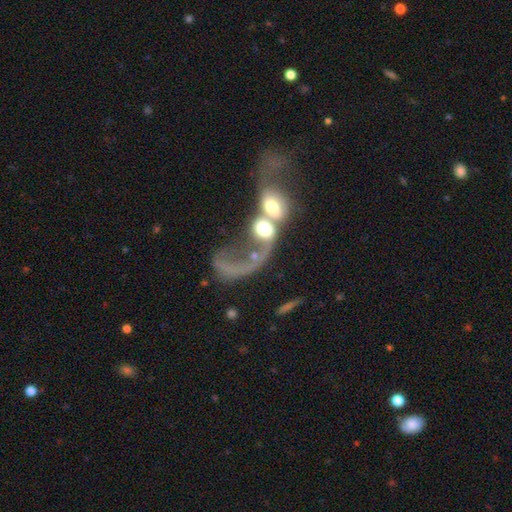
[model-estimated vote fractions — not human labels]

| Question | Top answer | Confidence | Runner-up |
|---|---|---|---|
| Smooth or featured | featured or disk | 71% | smooth (17%) |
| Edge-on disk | no | 94% | yes (6%) |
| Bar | no | 64% | weak (25%) |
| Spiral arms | yes | 71% | no (29%) |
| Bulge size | moderate | 45% | small (30%) |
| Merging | merger | 66% | major disturbance (16%) |